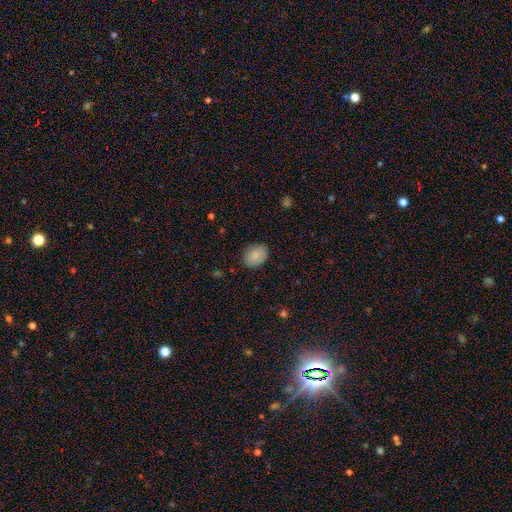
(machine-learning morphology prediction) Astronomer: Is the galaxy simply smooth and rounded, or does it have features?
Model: smooth — 86%.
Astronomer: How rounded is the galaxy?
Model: in between — 71%.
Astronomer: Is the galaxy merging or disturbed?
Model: none — 85%.